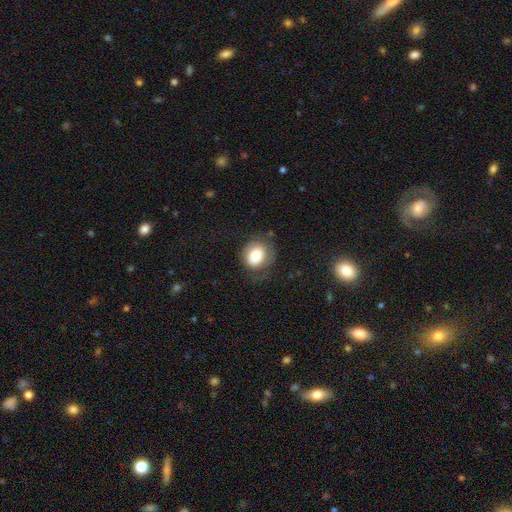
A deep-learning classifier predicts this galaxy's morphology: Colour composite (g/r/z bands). It shows a smooth galaxy with no disk features (73%) that is round (72%). Merging: none (64%).